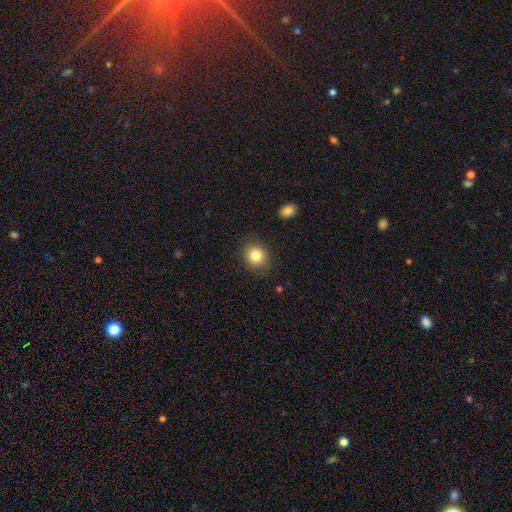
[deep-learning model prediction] A smooth galaxy with no disk features (83%) that is round (77%). Merging: none (87%).